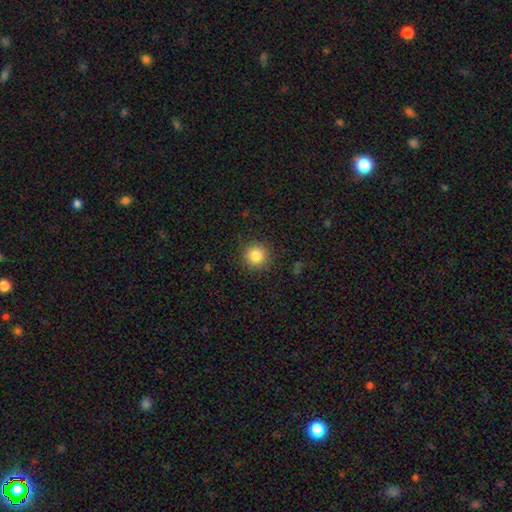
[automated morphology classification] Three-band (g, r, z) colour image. It shows a smooth galaxy with no disk features (84%) that is round (94%). Merging: none (90%).